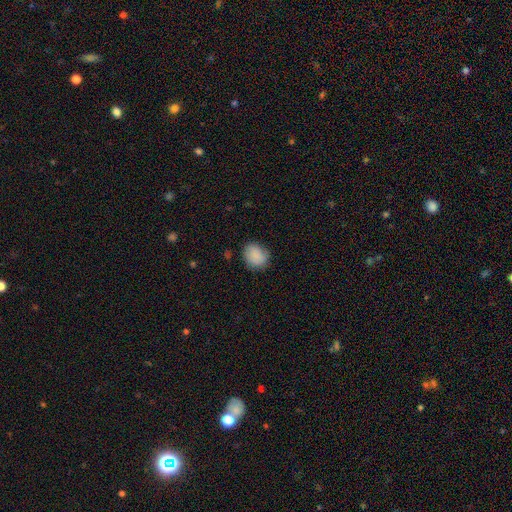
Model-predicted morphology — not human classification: Q: Smooth or featured?
A: smooth (87%); runner-up: star or artifact (8%)
Q: How rounded?
A: round (56%); runner-up: in between (43%)
Q: Merging?
A: none (78%); runner-up: minor disturbance (17%)